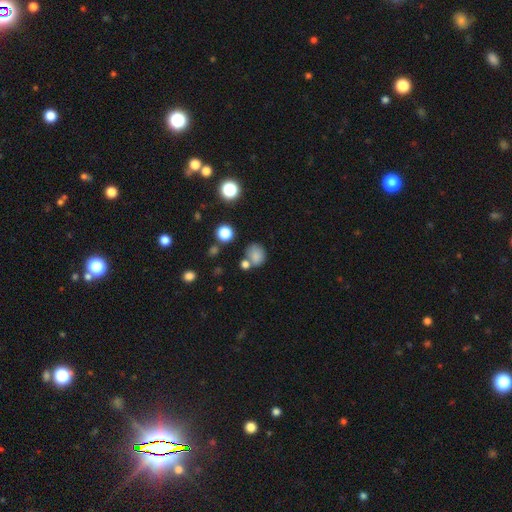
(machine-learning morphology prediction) This is likely a smooth galaxy (80%). How rounded: likely round (64%). Merging: possibly none (53%).